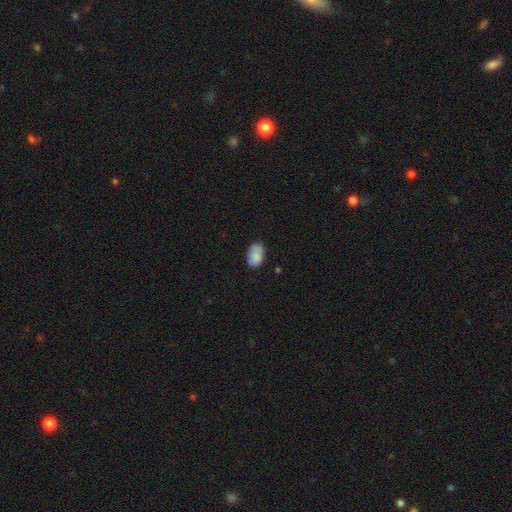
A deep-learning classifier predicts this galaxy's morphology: Smooth or featured? smooth (80%)
How rounded? in between (87%)
Merging? none (65%)